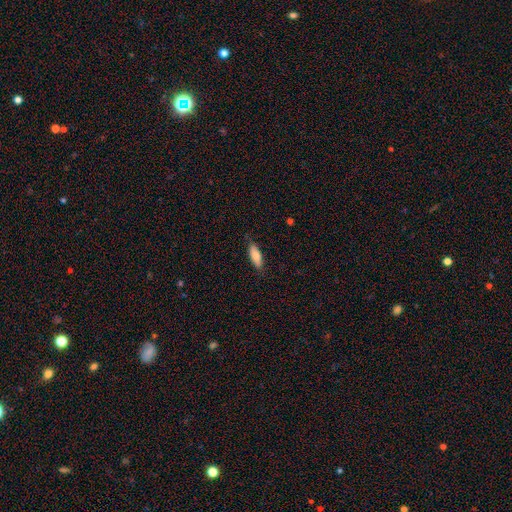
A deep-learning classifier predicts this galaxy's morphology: This is likely a smooth galaxy (79%). How rounded: likely in between (61%). Merging: clearly none (83%).